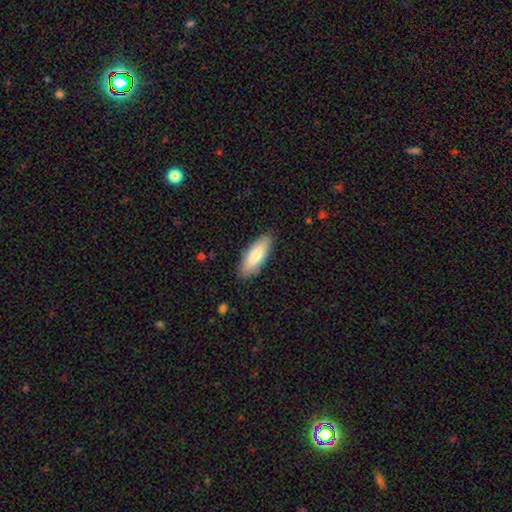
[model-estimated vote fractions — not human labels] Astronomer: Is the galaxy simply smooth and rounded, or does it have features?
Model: smooth — 80%.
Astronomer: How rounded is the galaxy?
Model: in between — 65%.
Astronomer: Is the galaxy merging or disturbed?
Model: none — 87%.